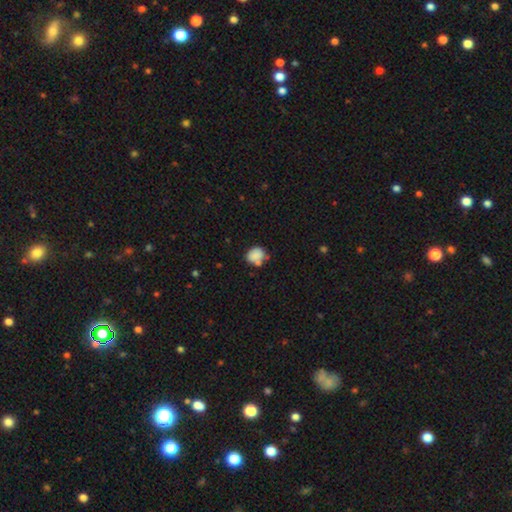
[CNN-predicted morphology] smooth_or_featured: smooth (p=0.81) [alt: featured or disk p=0.10]
how_rounded: round (p=0.53) [alt: in between p=0.46]
merging: none (p=0.53) [alt: minor disturbance p=0.22]